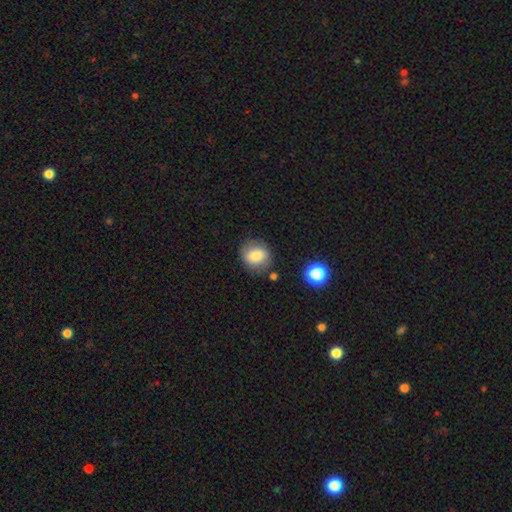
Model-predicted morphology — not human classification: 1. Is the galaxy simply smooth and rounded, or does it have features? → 81% smooth, 10% featured or disk, 10% star or artifact.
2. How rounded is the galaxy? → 76% round, 23% in between, 1% cigar-shaped.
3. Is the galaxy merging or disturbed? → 78% none, 14% minor disturbance, 4% major disturbance, 4% merger.